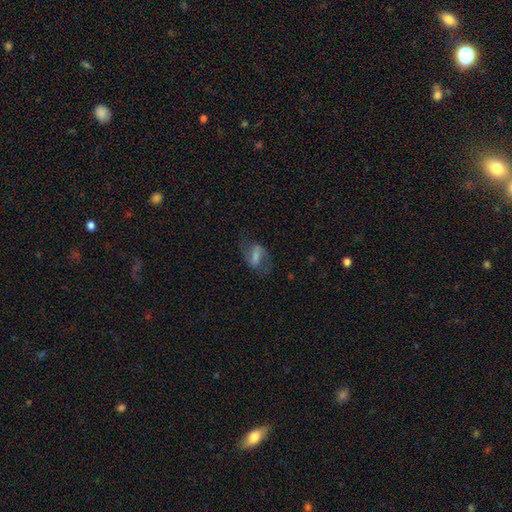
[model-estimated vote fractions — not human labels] Smooth or featured: featured or disk — 49% (smooth — 41%)
Merging: none — 63% (minor disturbance — 20%)